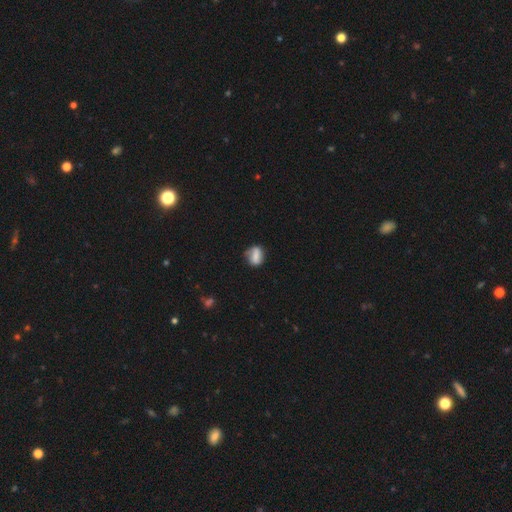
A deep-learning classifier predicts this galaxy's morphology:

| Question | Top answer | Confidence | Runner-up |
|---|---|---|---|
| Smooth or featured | smooth | 64% | featured or disk (27%) |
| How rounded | in between | 55% | round (40%) |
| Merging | none | 58% | minor disturbance (28%) |